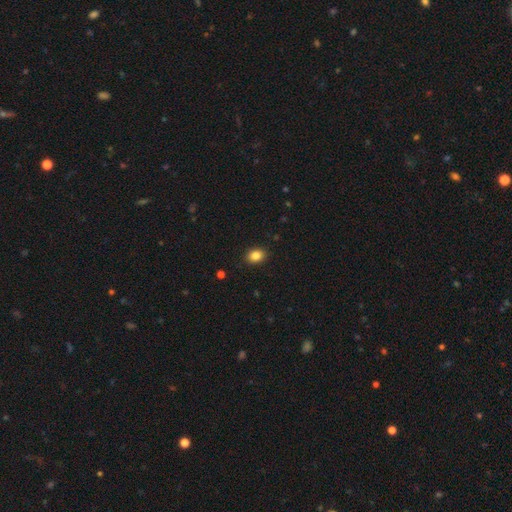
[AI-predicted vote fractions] Smooth or featured? smooth (85%)
How rounded? in between (58%)
Merging? none (90%)